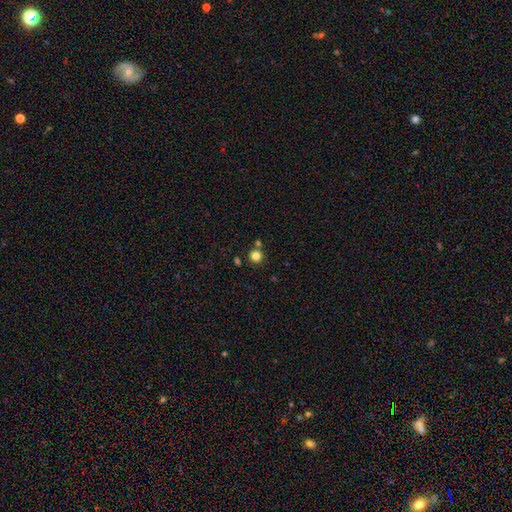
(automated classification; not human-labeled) A smooth galaxy with no disk features (82%) that is round (94%). Merging: none (79%).